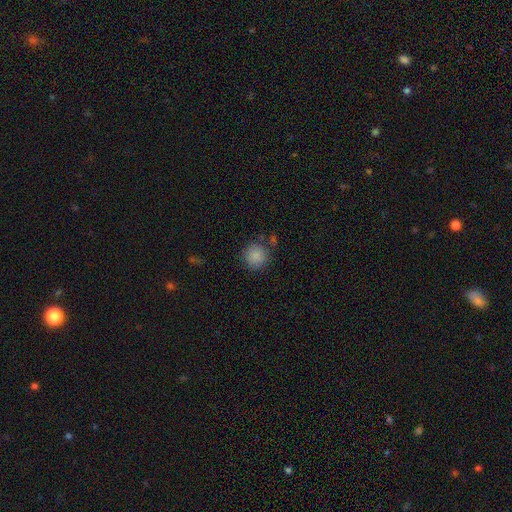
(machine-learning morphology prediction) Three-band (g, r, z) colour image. It shows a smooth galaxy with no disk features (87%) that is round (92%). Merging: none (81%).